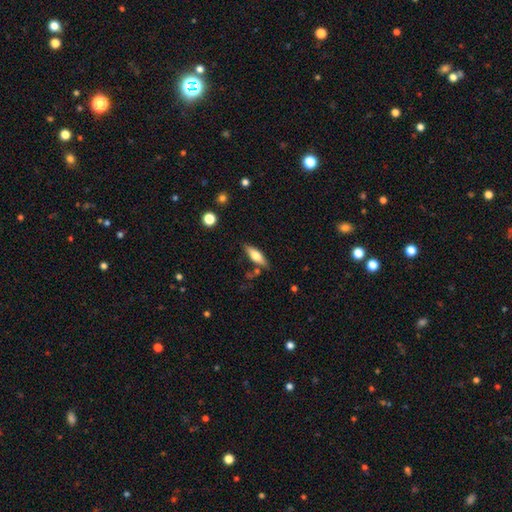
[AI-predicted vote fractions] A smooth galaxy with no disk features (60%) that is in between round and cigar-shaped (53%). Merging: none (77%).